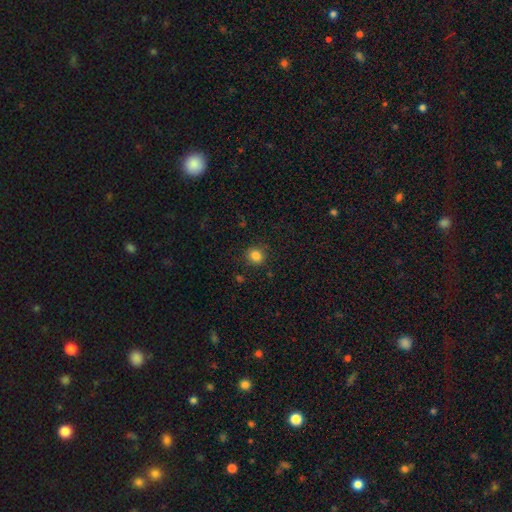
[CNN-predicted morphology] The model was most divided on "how rounded": round: 84%, in between: 15%, cigar-shaped: 1%. More confident: merging — none (87%); smooth or featured — smooth (84%).